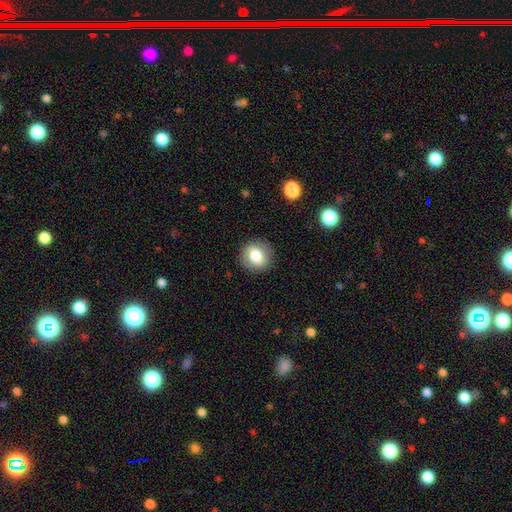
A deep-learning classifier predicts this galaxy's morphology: Smooth or featured? smooth (77%)
How rounded? round (77%)
Merging? none (87%)